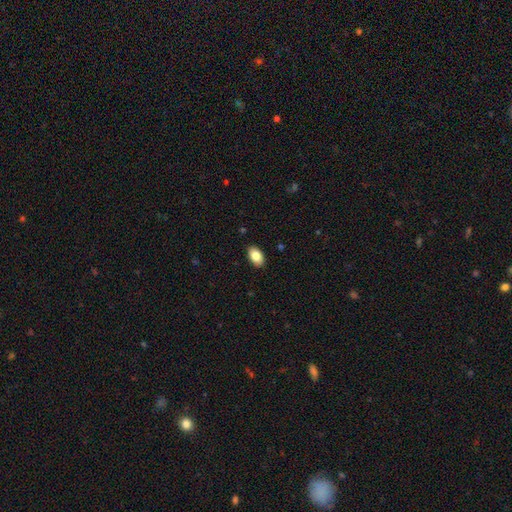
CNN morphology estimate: Smooth or featured? Predicted: smooth (p=0.85). How rounded? Predicted: in between (p=0.92). Merging? Predicted: none (p=0.89).